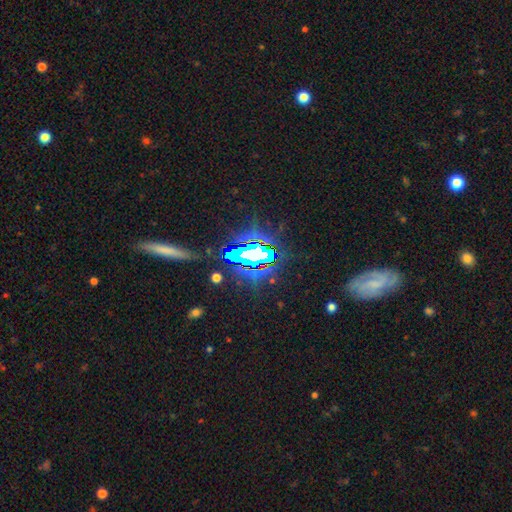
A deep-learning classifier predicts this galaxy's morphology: star or artifact 74%, featured or disk 14%, smooth 12%.